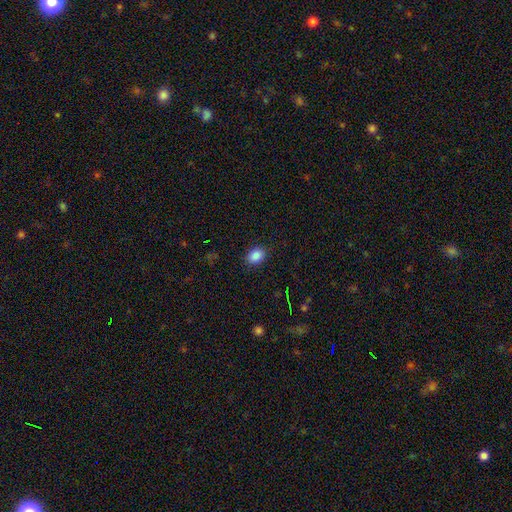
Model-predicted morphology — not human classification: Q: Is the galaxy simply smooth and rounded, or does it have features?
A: smooth — 87%.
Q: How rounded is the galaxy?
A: in between — 73%.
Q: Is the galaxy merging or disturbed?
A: none — 88%.